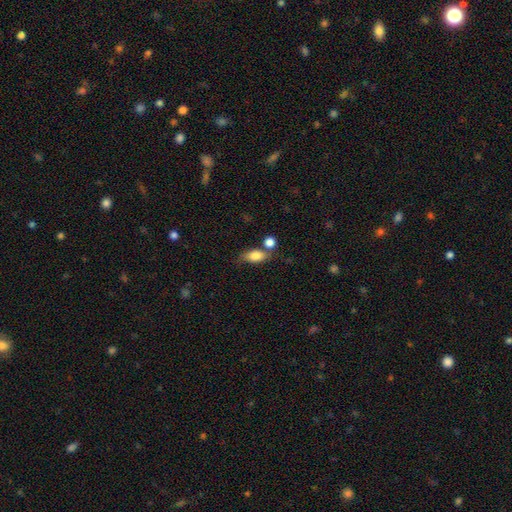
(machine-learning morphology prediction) Q: Smooth or featured?
A: smooth (81%); runner-up: featured or disk (11%)
Q: How rounded?
A: in between (83%); runner-up: round (10%)
Q: Merging?
A: none (57%); runner-up: merger (19%)